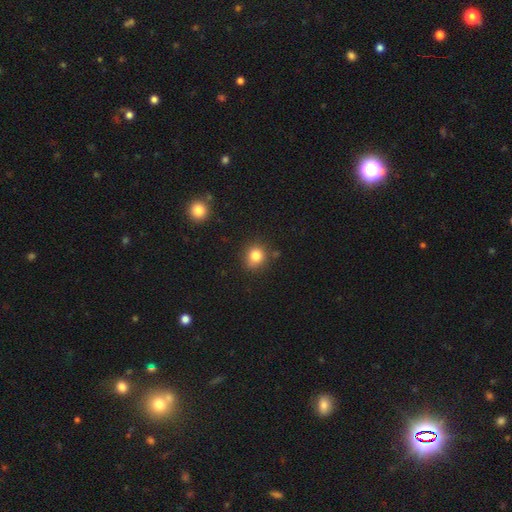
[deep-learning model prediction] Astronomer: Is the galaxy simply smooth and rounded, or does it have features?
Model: smooth — 82%.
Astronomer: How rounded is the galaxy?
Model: round — 79%.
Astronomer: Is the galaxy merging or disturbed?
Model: none — 80%.